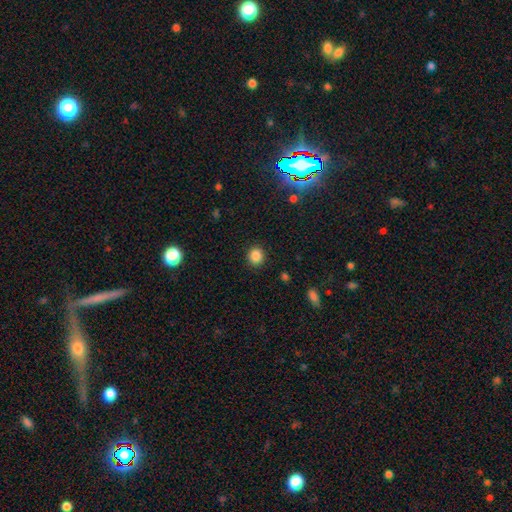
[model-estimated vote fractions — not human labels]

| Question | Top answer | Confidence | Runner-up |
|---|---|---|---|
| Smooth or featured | smooth | 85% | star or artifact (11%) |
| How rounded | round | 87% | in between (13%) |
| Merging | none | 90% | minor disturbance (6%) |